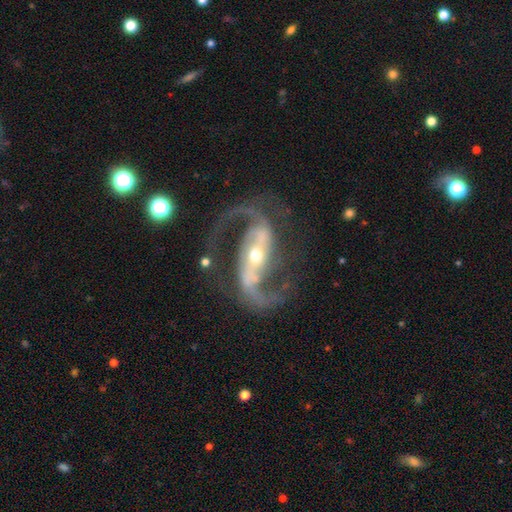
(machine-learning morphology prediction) Smooth or featured? featured or disk (93%)
Edge-on disk? no (97%)
Bar? strong (62%)
Spiral arms? yes (98%)
Spiral winding? medium (59%)
Spiral arm count? 2 (94%)
Bulge size? small (50%)
Merging? none (78%)